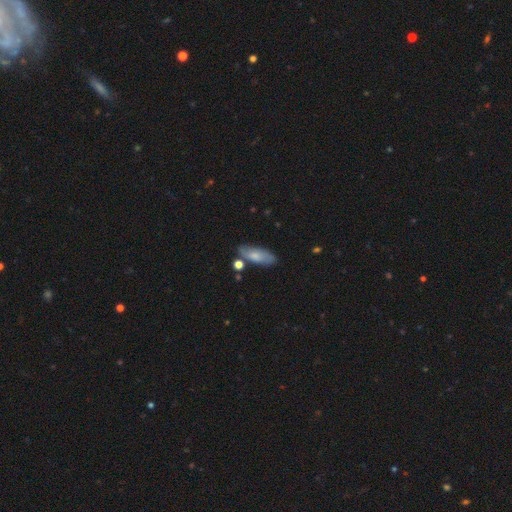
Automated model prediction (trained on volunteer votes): Smooth or featured? Predicted: smooth (p=0.70). How rounded? Predicted: in between (p=0.71). Merging? Predicted: none (p=0.69).